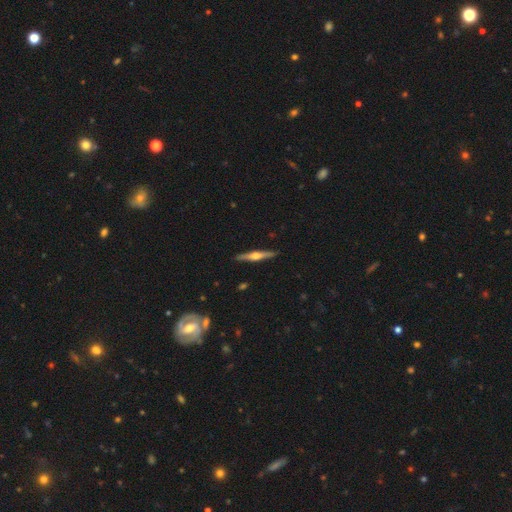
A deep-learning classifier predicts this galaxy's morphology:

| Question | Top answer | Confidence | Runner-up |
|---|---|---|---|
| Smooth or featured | featured or disk | 71% | smooth (24%) |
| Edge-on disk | yes | 98% | no (2%) |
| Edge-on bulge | rounded | 92% | boxy (4%) |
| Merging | none | 91% | minor disturbance (6%) |